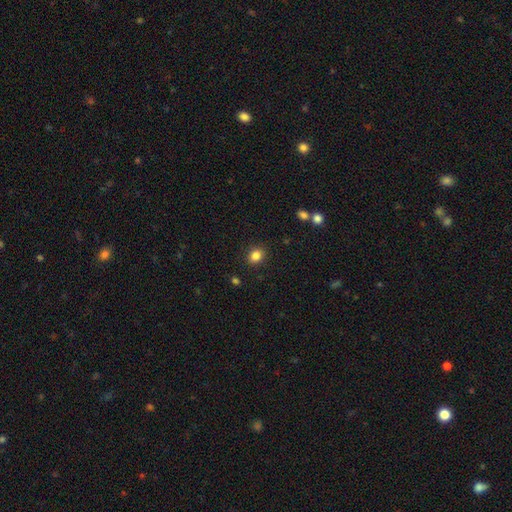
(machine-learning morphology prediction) Overall: smooth (84%). How rounded: round (60%; in between 39%). Merging: none (89%).